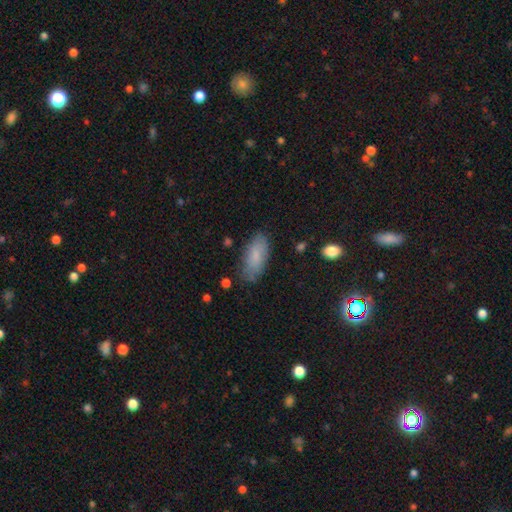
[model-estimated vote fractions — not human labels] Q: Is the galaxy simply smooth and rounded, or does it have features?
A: smooth — 78%.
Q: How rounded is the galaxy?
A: in between — 86%.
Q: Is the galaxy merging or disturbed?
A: none — 78%.